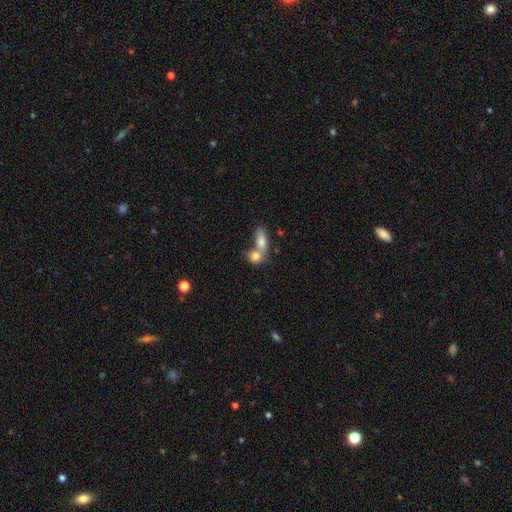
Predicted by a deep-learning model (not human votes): A smooth galaxy with no disk features (77%) that is in between round and cigar-shaped (52%). Merging: merger (67%).